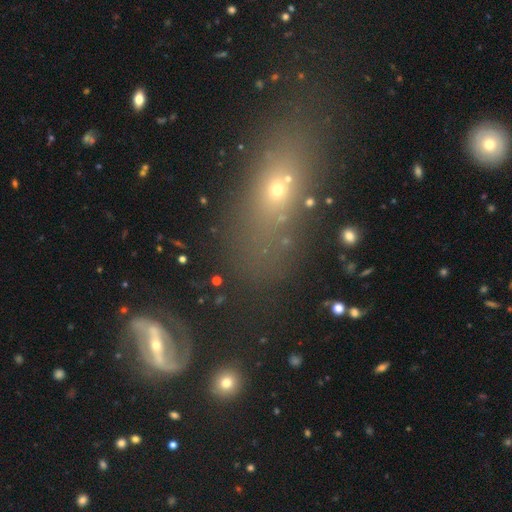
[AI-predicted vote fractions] A smooth galaxy with no disk features (43%).

Vote fractions:
- Smooth or featured? smooth: 43% / featured or disk: 35% / star or artifact: 22%
- Merging? none: 67% / minor disturbance: 16% / major disturbance: 9% / merger: 9%